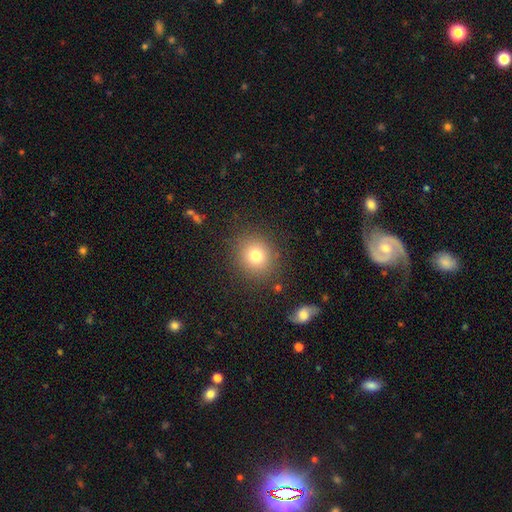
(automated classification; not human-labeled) A smooth galaxy with no disk features (76%) that is round (89%). Merging: none (87%).